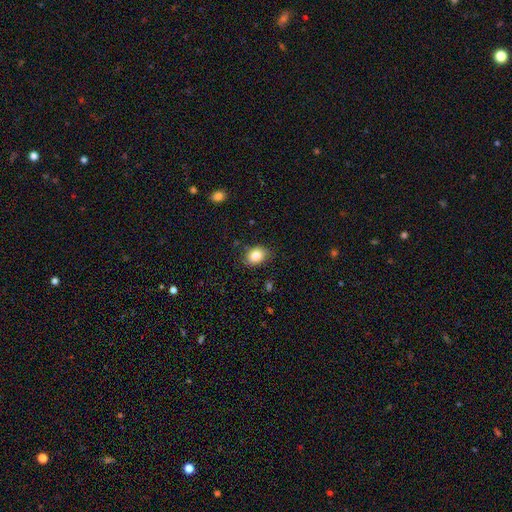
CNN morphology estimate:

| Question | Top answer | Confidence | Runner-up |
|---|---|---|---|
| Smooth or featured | smooth | 83% | star or artifact (9%) |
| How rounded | in between | 62% | round (37%) |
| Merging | none | 84% | minor disturbance (12%) |